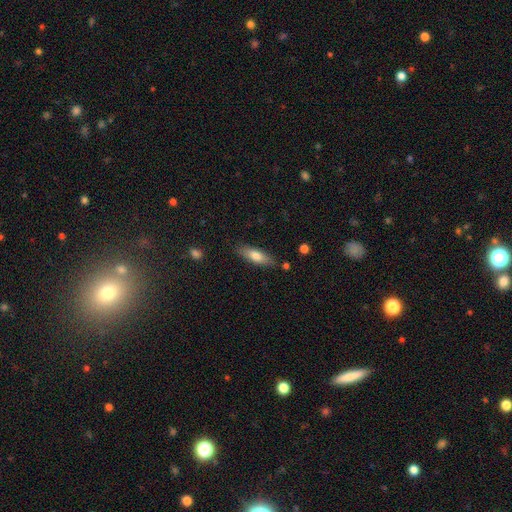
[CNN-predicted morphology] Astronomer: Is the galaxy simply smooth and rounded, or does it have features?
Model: smooth — 73%.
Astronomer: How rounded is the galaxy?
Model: in between — 51% (runner-up: cigar-shaped, 46%).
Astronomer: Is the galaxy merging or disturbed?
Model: none — 82%.